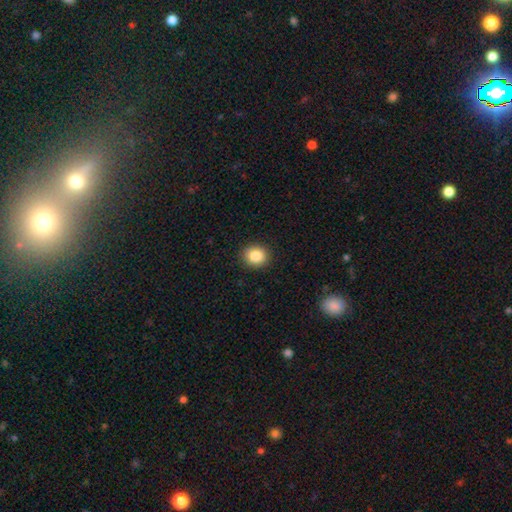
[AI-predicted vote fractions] smooth_or_featured: smooth (p=0.86) [alt: star or artifact p=0.09]
how_rounded: round (p=0.75) [alt: in between p=0.24]
merging: none (p=0.91) [alt: minor disturbance p=0.06]